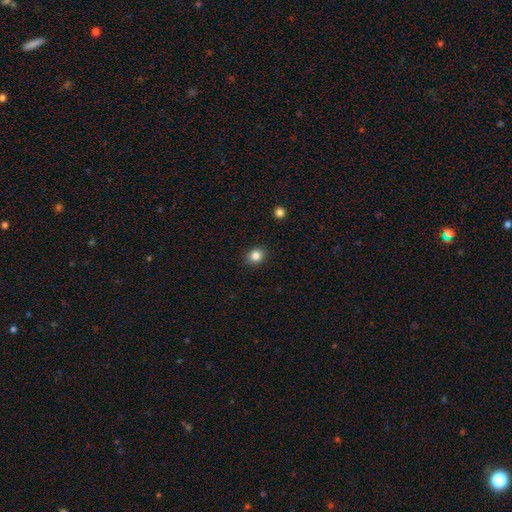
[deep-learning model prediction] smooth-or-featured: smooth: 84% | star or artifact: 11% | featured or disk: 5%
  how-rounded: round: 69% | in between: 30% | cigar-shaped: 1%
  merging: none: 90% | minor disturbance: 7% | major disturbance: 2% | merger: 1%